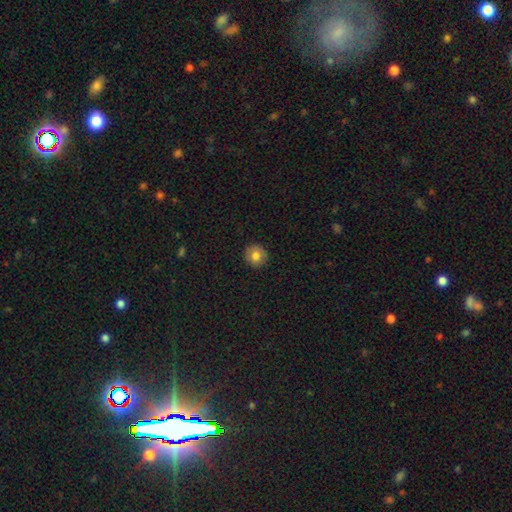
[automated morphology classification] This is likely a smooth galaxy (80%). How rounded: clearly round (91%). Merging: clearly none (90%).